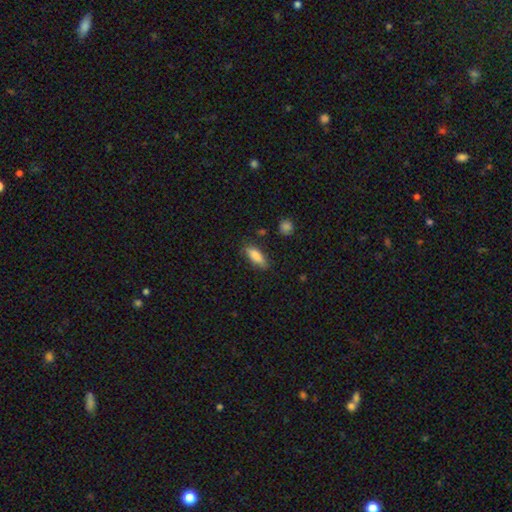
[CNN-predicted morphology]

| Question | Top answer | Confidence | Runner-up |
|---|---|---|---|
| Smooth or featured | smooth | 85% | featured or disk (8%) |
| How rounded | in between | 69% | cigar-shaped (29%) |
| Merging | none | 75% | minor disturbance (19%) |